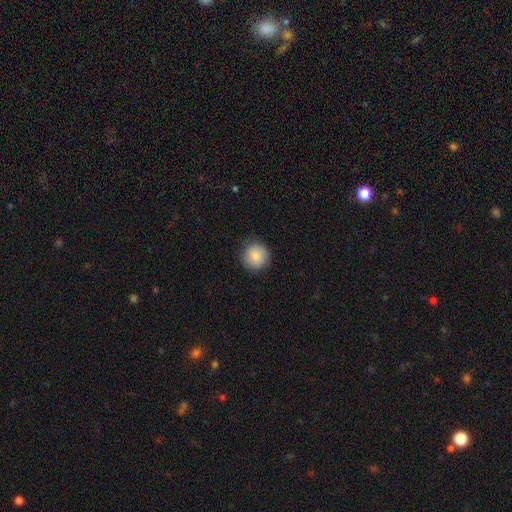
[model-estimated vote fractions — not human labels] A smooth galaxy with no disk features (86%) that is round (93%). Merging: none (85%).